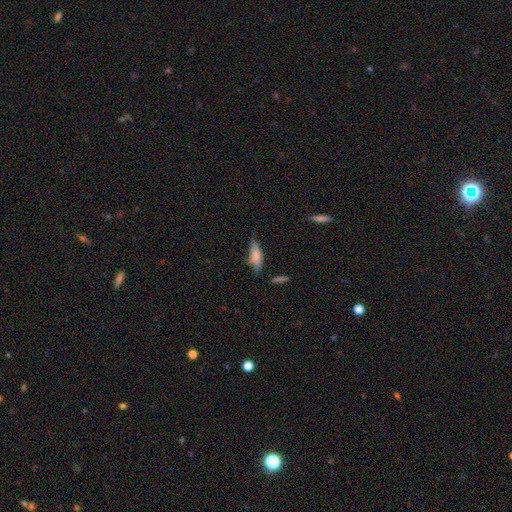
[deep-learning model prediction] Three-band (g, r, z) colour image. It shows a smooth galaxy with no disk features (74%) that is in between round and cigar-shaped (60%). Merging: none (59%).